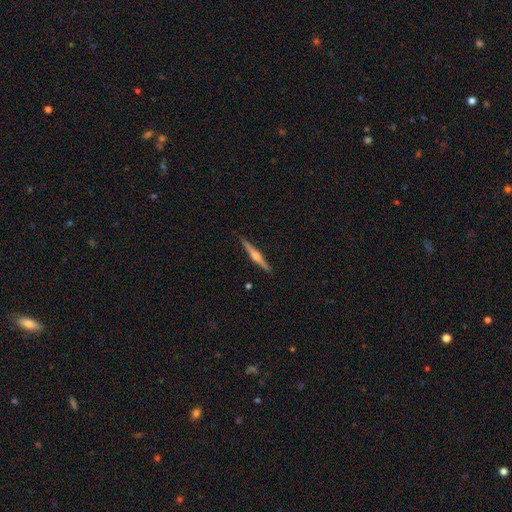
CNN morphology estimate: type=featured or disk (68%); edge-on=yes (98%); edge-on bulge=rounded (82%); merging=none (91%).